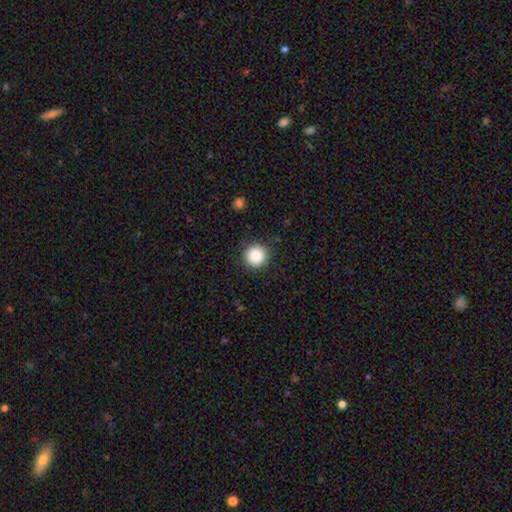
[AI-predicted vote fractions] Q: Smooth or featured?
A: smooth (87%); runner-up: star or artifact (9%)
Q: How rounded?
A: round (95%); runner-up: in between (4%)
Q: Merging?
A: none (90%); runner-up: minor disturbance (7%)